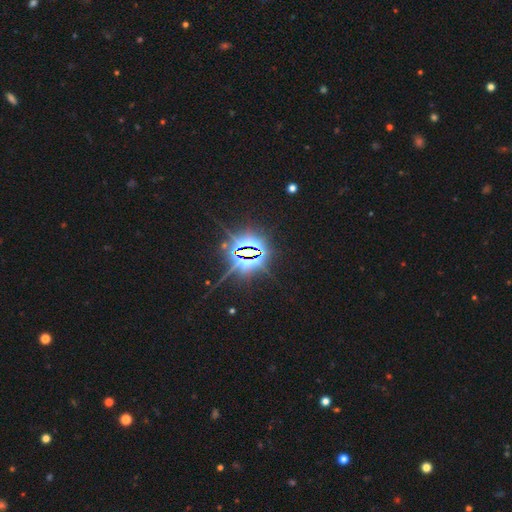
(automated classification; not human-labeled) Q: Smooth or featured?
A: star or artifact (84%); runner-up: smooth (8%)